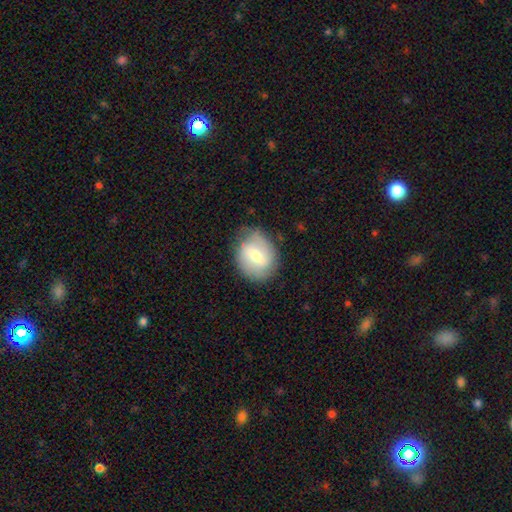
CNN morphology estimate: Smooth or featured: smooth — 48% (featured or disk — 44%)
Merging: none — 71% (minor disturbance — 21%)